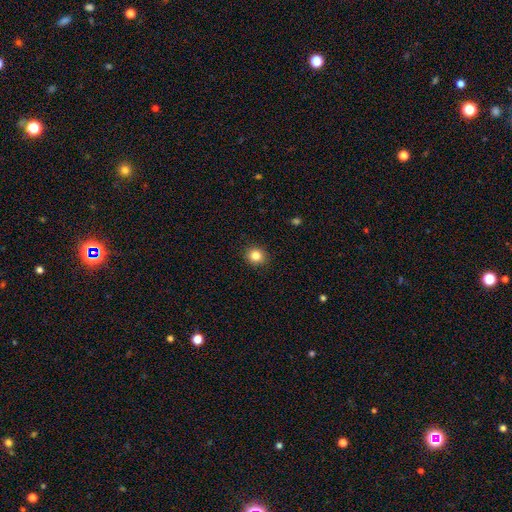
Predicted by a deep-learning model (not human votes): A smooth galaxy with no disk features (84%) that is round (83%). Merging: none (91%).